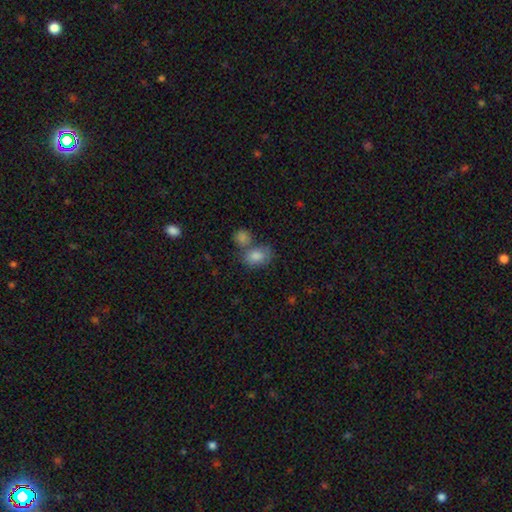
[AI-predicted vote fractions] Morphology: type=smooth (81%); roundness=in between (73%); merging=none (45%).